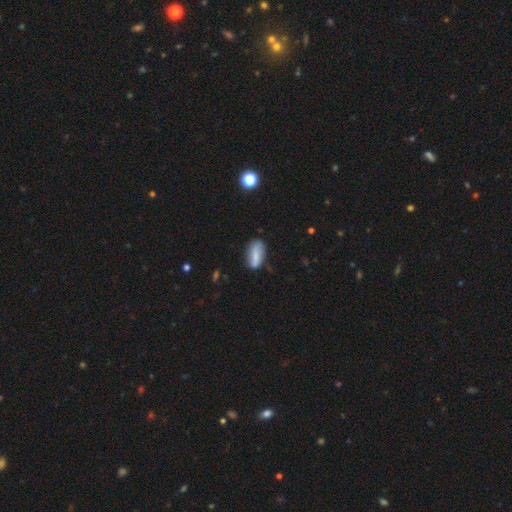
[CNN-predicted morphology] Overall: smooth (67%). How rounded: in between (79%). Merging: none (66%).